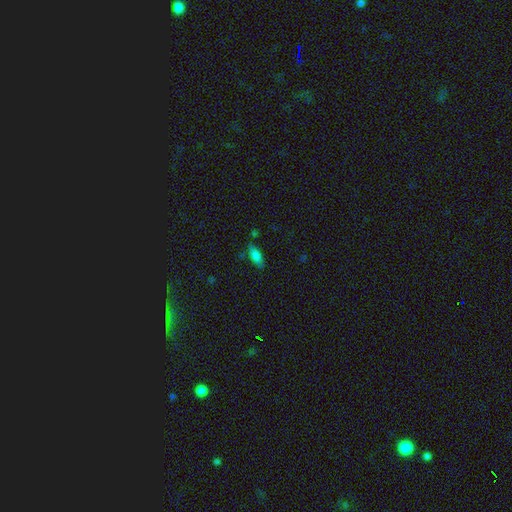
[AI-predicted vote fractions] smooth 77%, featured or disk 12%, star or artifact 10%. Down the decision tree: how rounded — in between (74%); merging — none (74%).